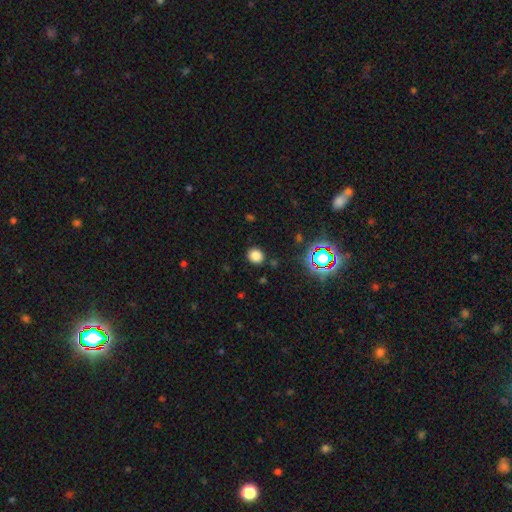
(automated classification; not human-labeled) Smooth or featured? smooth (79%)
How rounded? round (75%)
Merging? none (87%)